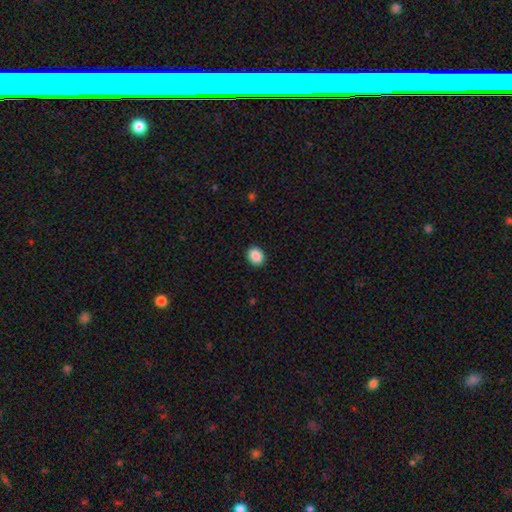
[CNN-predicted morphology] A smooth galaxy with no disk features (89%) that is in between round and cigar-shaped (55%).

Vote fractions:
- Smooth or featured? smooth: 89% / star or artifact: 8% / featured or disk: 3%
- How rounded? in between: 55% / round: 44% / cigar-shaped: 1%
- Merging? none: 90% / minor disturbance: 7% / major disturbance: 2% / merger: 1%